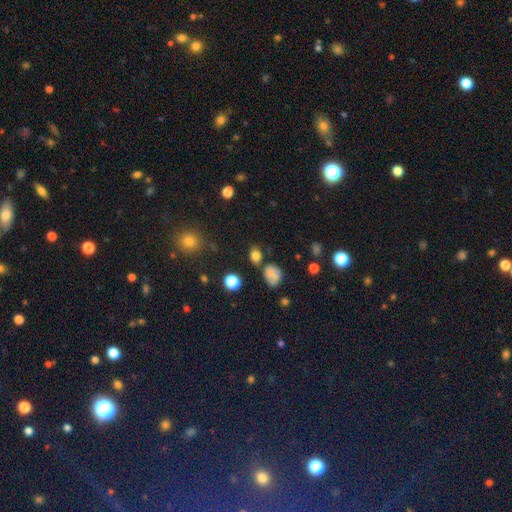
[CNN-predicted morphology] smooth_or_featured: smooth (p=0.78) [alt: star or artifact p=0.15]
how_rounded: in between (p=0.50) [alt: round p=0.48]
merging: none (p=0.70) [alt: minor disturbance p=0.14]